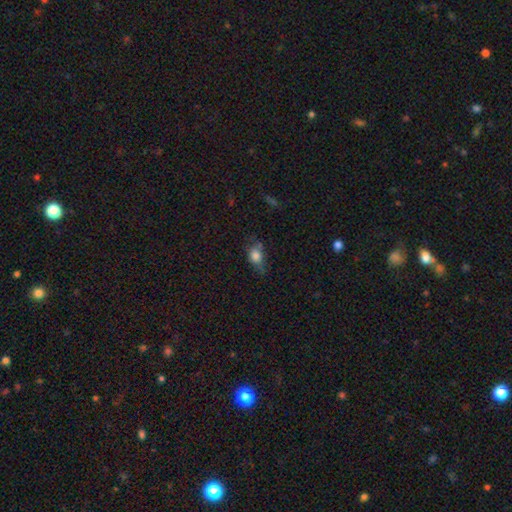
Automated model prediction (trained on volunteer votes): A smooth galaxy with no disk features (78%) that is in between round and cigar-shaped (62%). Merging: none (46%).